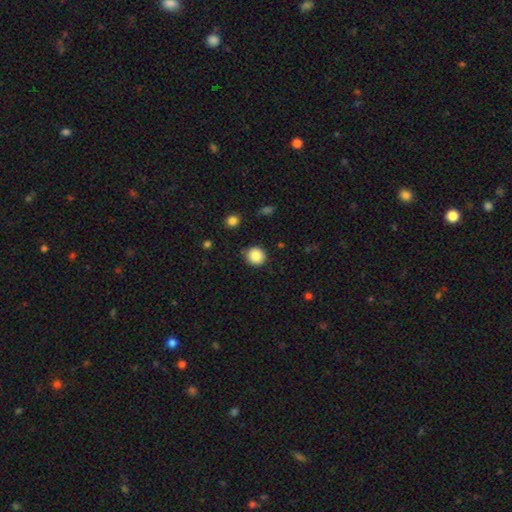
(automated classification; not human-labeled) This appears to be a smooth galaxy with no disk features (87%) that is round (90%). Merging: none (87%).